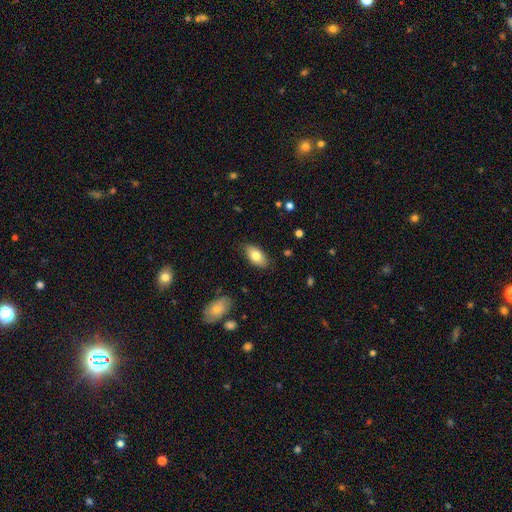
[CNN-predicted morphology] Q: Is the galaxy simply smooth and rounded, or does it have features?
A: smooth — 79%.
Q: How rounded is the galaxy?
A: in between — 93%.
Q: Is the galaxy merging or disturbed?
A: none — 84%.